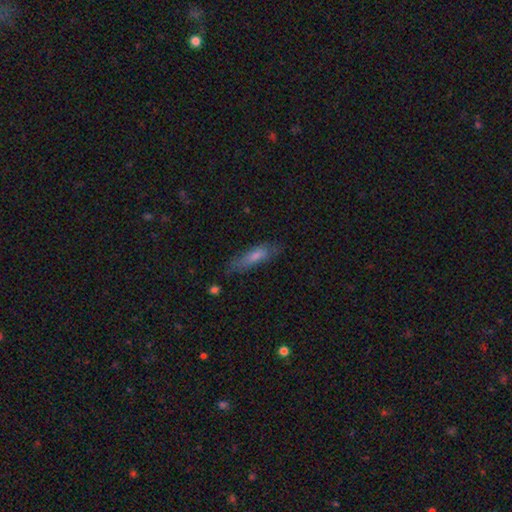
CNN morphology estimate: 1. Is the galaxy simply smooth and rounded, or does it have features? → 66% smooth, 26% featured or disk, 9% star or artifact.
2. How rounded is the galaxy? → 70% cigar-shaped, 28% in between, 2% round.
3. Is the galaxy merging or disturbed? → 71% none, 20% minor disturbance, 6% major disturbance, 2% merger.